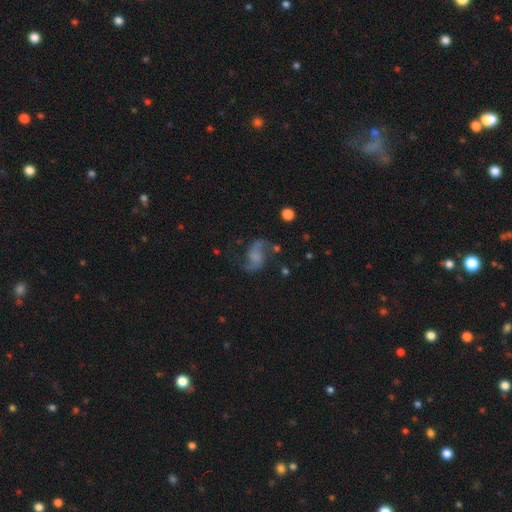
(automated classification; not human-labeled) A featured or disk galaxy (81%) with no bar (53%), 2 (93%) loose (69%) spiral arms (95%) and no central bulge (53%).

Vote fractions:
- Smooth or featured? featured or disk: 81% / smooth: 11% / star or artifact: 8%
- Edge-on disk? no: 98% / yes: 2%
- Bar? no: 53% / weak: 37% / strong: 11%
- Spiral arms? yes: 95% / no: 5%
- Spiral winding? loose: 69% / medium: 26% / tight: 4%
- Spiral arm count? 2: 93% / 1: 2% / can't tell: 2% / 3: 1% / 4: 1% / more than 4: 1%
- Bulge size? none: 53% / small: 20% / moderate: 16% / large: 9% / dominant: 2%
- Merging? none: 70% / minor disturbance: 16% / major disturbance: 11% / merger: 3%